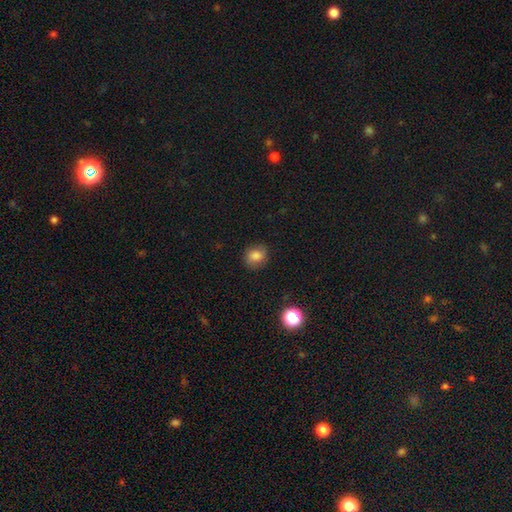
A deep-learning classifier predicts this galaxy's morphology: Q: Smooth or featured?
A: smooth (82%); runner-up: star or artifact (11%)
Q: How rounded?
A: round (63%); runner-up: in between (36%)
Q: Merging?
A: none (82%); runner-up: minor disturbance (14%)